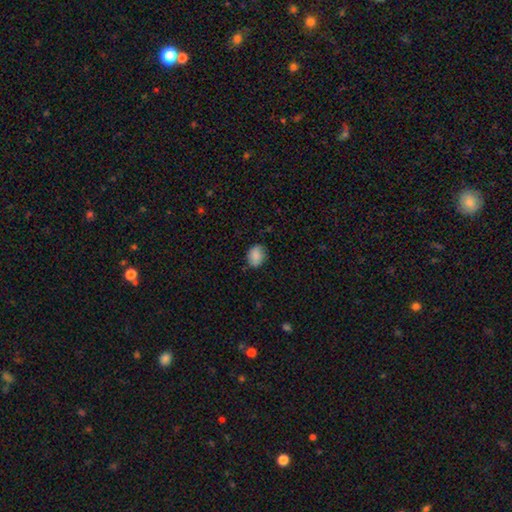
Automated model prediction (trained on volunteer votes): The model was most divided on "how rounded": in between: 57%, round: 42%, cigar-shaped: 1%. More confident: smooth or featured — smooth (84%); merging — none (76%).